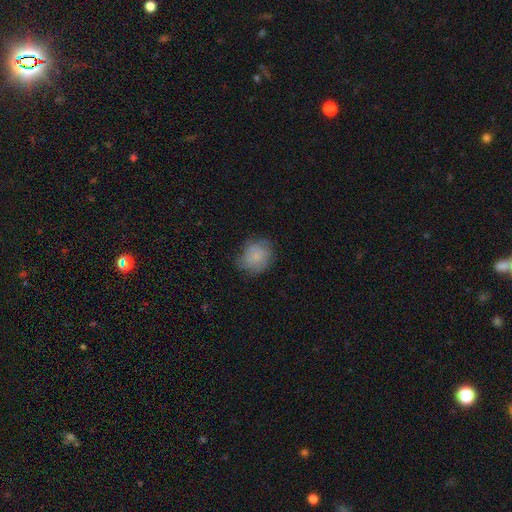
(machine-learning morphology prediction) This is likely a smooth galaxy (62%). How rounded: likely round (70%). Merging: likely none (70%).